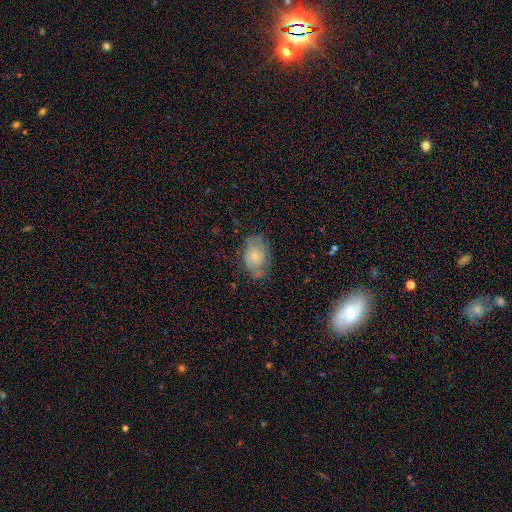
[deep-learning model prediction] featured or disk 57%, smooth 35%, star or artifact 8%. Down the decision tree: edge-on disk — no (96%); bar — no (77%); spiral arms — yes (75%); bulge size — small (64%); merging — none (61%).